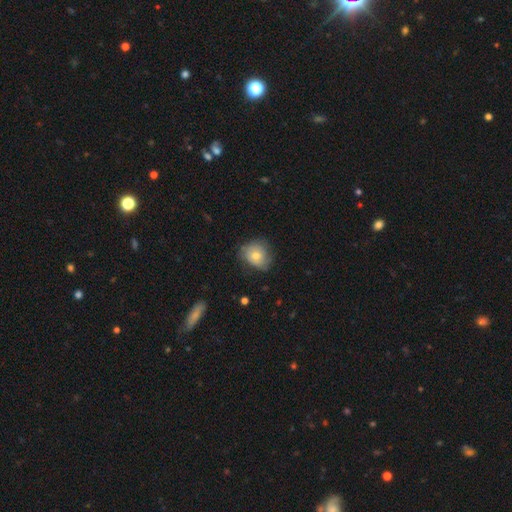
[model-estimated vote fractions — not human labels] Overall: smooth (63%; featured or disk 29%). How rounded: round (57%; in between 42%). Merging: none (61%; minor disturbance 29%).